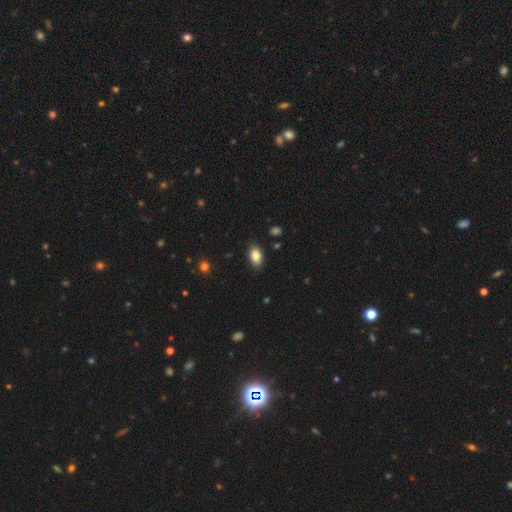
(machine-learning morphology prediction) Q: Smooth or featured?
A: smooth (85%); runner-up: star or artifact (8%)
Q: How rounded?
A: in between (91%); runner-up: round (7%)
Q: Merging?
A: none (87%); runner-up: minor disturbance (10%)